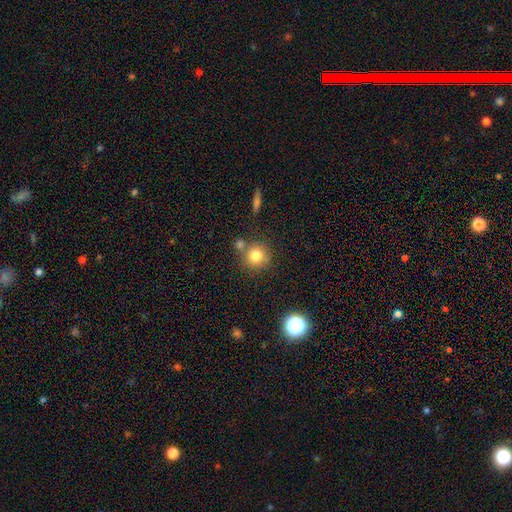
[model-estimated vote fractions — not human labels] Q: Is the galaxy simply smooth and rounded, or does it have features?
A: smooth — 79%.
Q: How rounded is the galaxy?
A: round — 89%.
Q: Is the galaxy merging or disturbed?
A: none — 66%.